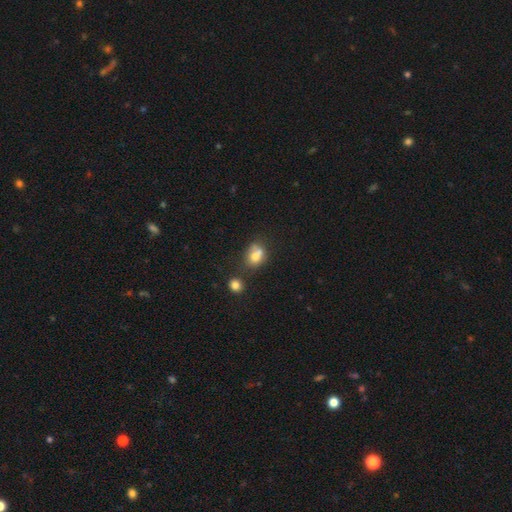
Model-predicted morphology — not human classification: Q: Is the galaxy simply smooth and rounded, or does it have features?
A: smooth — 70%.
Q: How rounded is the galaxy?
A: round — 52%.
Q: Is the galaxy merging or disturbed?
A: merger — 47%.